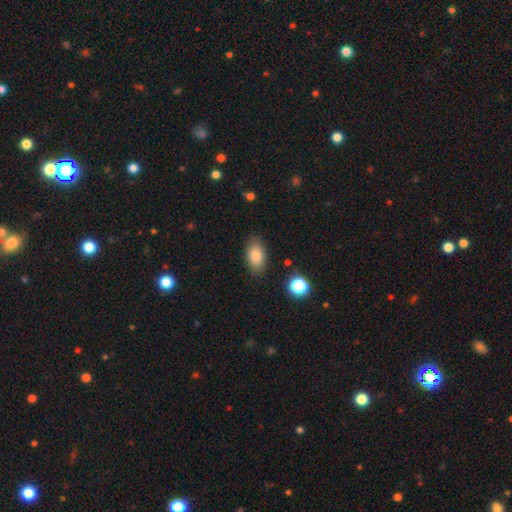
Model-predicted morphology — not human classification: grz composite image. It shows a smooth galaxy with no disk features (83%) that is in between round and cigar-shaped (91%). Merging: none (84%).